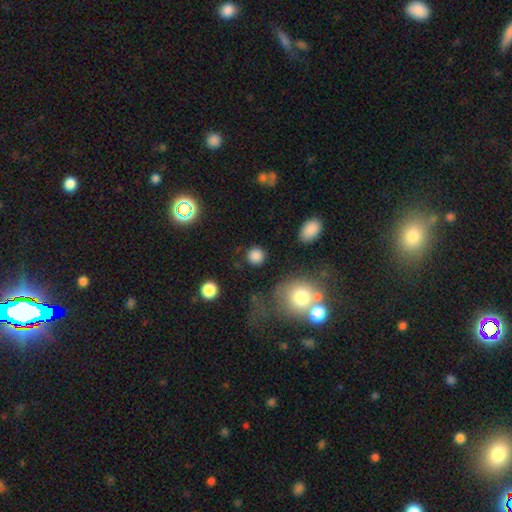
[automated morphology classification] Smooth or featured? Predicted: smooth (p=0.84). How rounded? Predicted: round (p=0.91). Merging? Predicted: none (p=0.85).